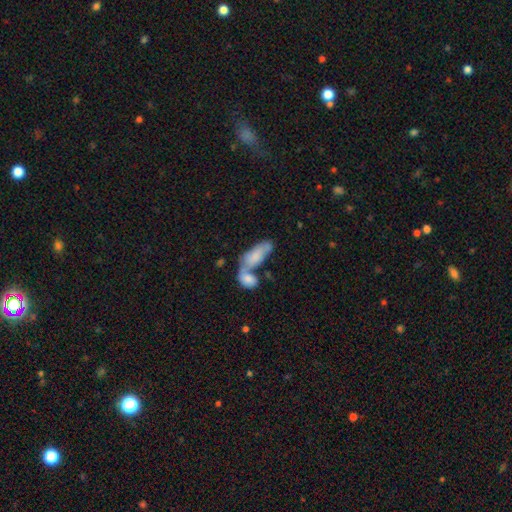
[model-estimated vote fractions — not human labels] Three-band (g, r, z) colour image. It shows a smooth galaxy with no disk features (73%) that is in between round and cigar-shaped (82%). Merging: merger (61%).